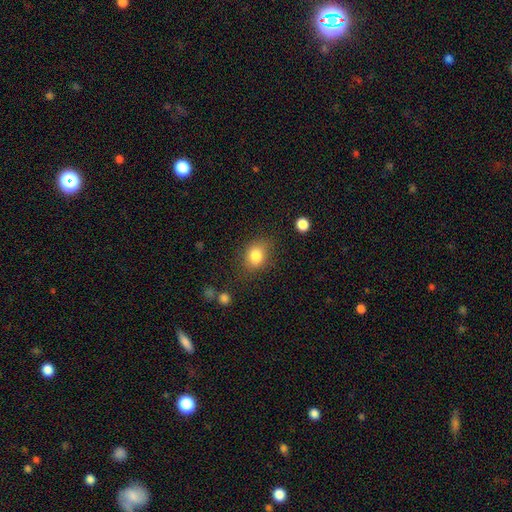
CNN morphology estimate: A smooth galaxy with no disk features (82%) that is round (52%). Merging: none (75%).